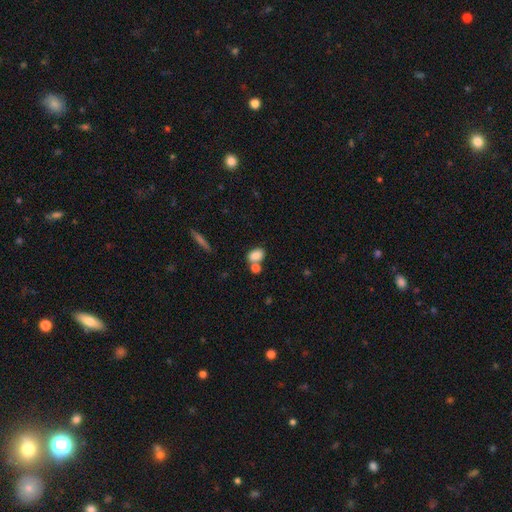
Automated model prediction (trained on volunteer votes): A smooth galaxy with no disk features (83%) that is in between round and cigar-shaped (79%). Merging: none (49%).